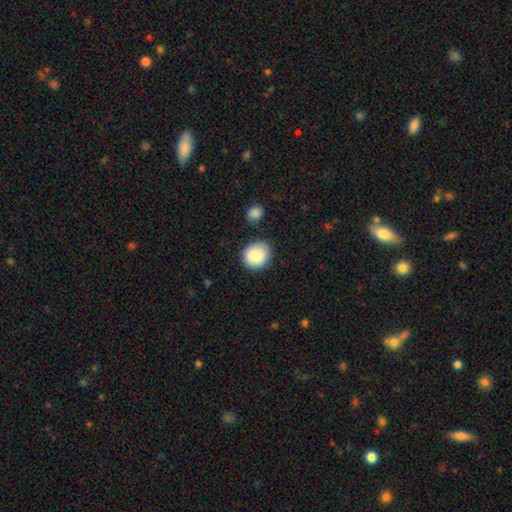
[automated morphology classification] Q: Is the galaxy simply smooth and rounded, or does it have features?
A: smooth — 86%.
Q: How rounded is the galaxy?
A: round — 81%.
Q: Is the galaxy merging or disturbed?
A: none — 82%.